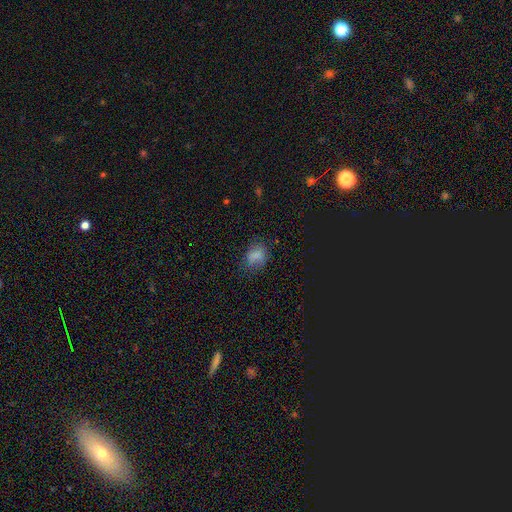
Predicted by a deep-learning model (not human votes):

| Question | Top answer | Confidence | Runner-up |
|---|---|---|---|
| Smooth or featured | smooth | 73% | featured or disk (13%) |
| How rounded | in between | 68% | round (30%) |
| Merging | none | 59% | minor disturbance (25%) |